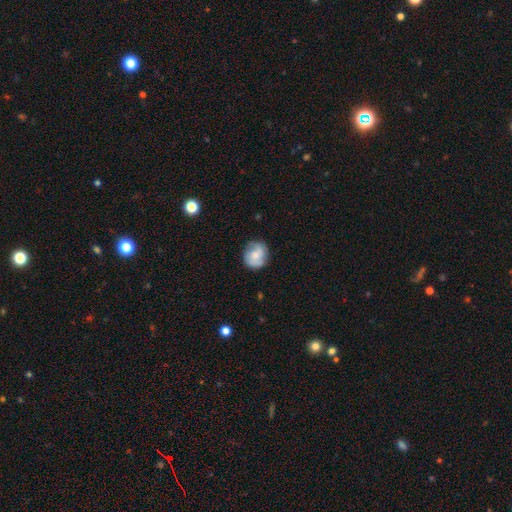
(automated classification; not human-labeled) Morphology: type=smooth (59%); roundness=round (77%); merging=none (73%).